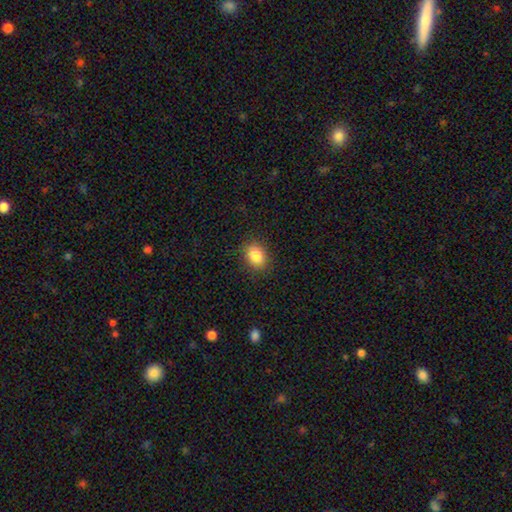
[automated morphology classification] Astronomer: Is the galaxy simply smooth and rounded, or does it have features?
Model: smooth — 86%.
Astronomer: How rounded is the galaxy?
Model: in between — 69%.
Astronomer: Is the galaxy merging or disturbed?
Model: none — 87%.